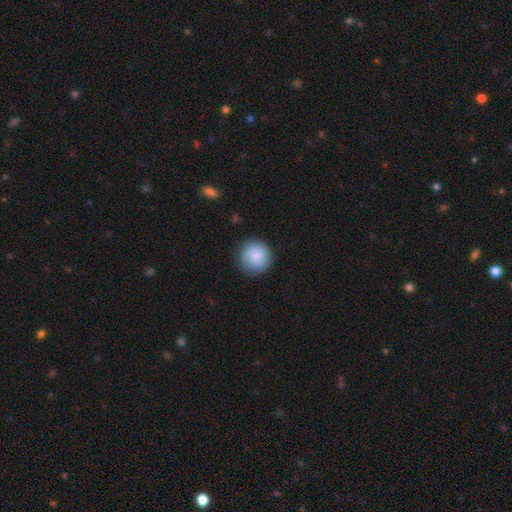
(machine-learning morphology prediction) A smooth galaxy with no disk features (78%) that is round (94%). Merging: none (85%).